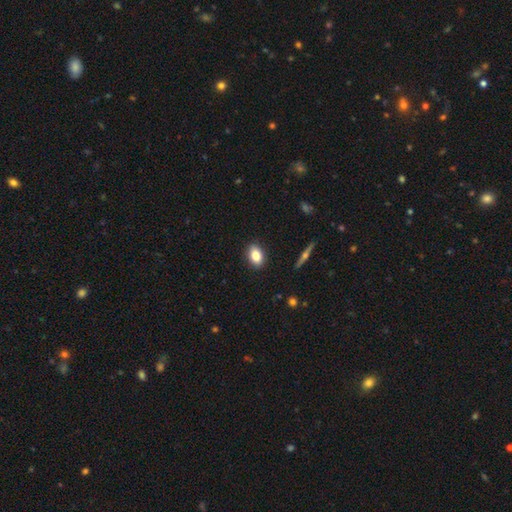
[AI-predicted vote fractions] Smooth or featured? smooth (81%)
How rounded? in between (82%)
Merging? none (88%)